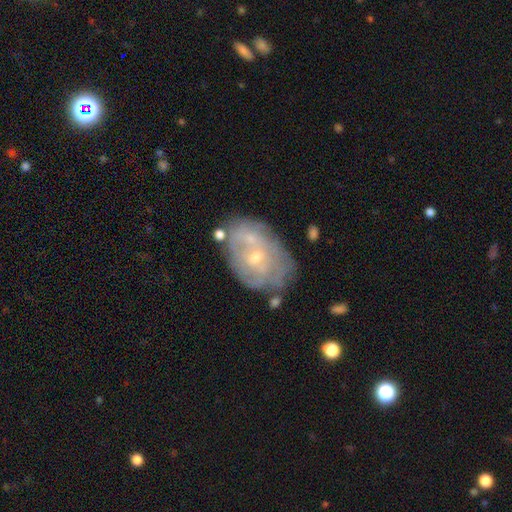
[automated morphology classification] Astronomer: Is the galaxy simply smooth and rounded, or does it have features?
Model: featured or disk — 69%.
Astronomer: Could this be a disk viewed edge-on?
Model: no — 96%.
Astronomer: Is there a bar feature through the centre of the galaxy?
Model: no — 76%.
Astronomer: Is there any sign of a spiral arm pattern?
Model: yes — 58% (runner-up: no, 42%).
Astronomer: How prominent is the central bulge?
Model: small — 71%.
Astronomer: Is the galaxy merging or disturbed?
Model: none — 55%.